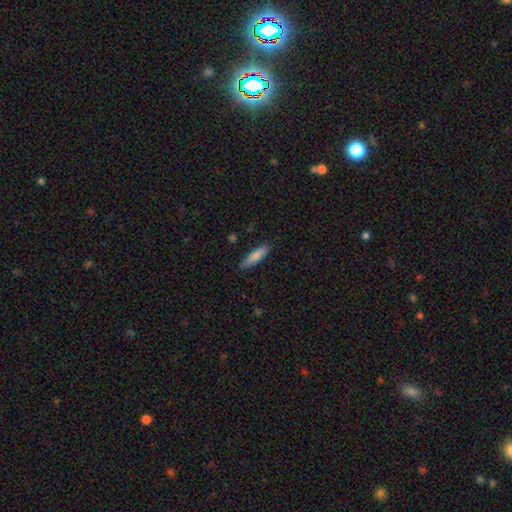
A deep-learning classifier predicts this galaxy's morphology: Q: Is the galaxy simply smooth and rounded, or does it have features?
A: smooth — 81%.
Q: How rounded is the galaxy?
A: cigar-shaped — 74%.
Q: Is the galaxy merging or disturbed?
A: none — 88%.